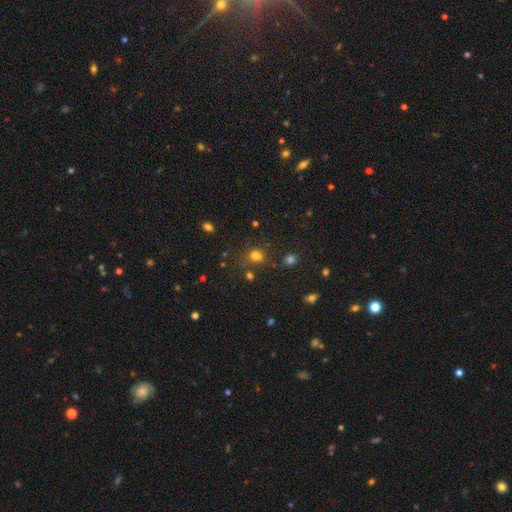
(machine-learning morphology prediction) Smooth or featured?
  - smooth: 75% *
  - star or artifact: 19%
  - featured or disk: 6%
How rounded?
  - round: 62% *
  - in between: 37%
  - cigar-shaped: 1%
Merging?
  - none: 72% *
  - minor disturbance: 15%
  - merger: 7%
  - major disturbance: 6%